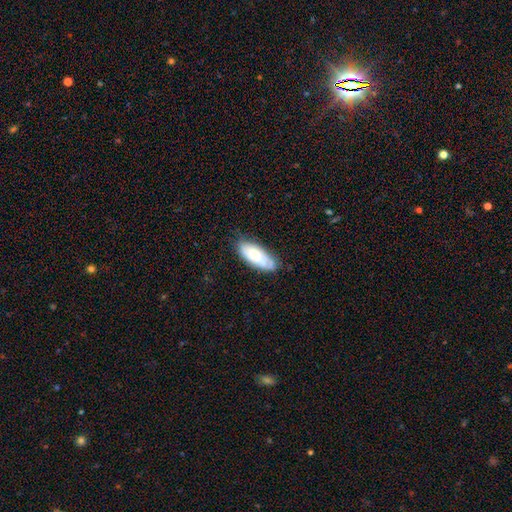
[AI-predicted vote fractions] This appears to be a smooth galaxy with no disk features (60%) that is in between round and cigar-shaped (78%). Merging: none (68%).